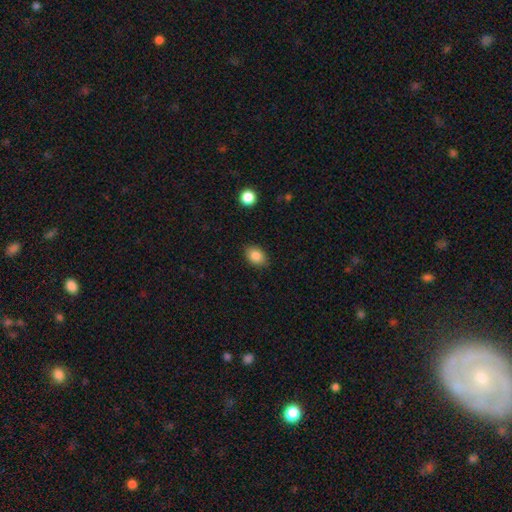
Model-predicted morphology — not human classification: This appears to be a smooth galaxy with no disk features (85%) that is in between round and cigar-shaped (78%). Merging: none (86%).